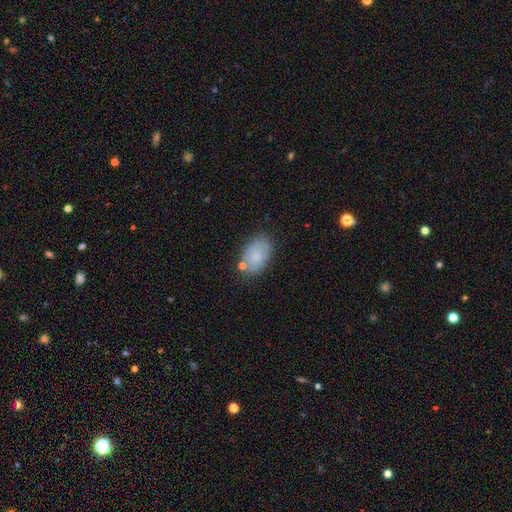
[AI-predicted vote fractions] This appears to be a smooth galaxy with no disk features (80%) that is in between round and cigar-shaped (91%). Merging: none (72%).